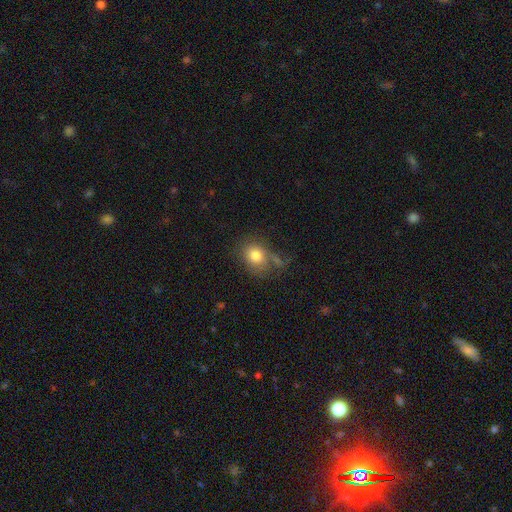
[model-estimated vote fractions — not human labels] Smooth or featured?
  - smooth: 80% *
  - featured or disk: 11%
  - star or artifact: 9%
How rounded?
  - in between: 50% *
  - round: 49%
  - cigar-shaped: 1%
Merging?
  - none: 56% *
  - minor disturbance: 21%
  - major disturbance: 12%
  - merger: 11%